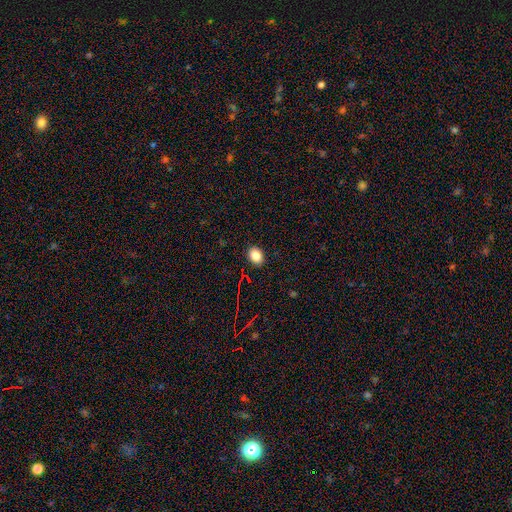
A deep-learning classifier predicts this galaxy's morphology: Smooth or featured? smooth (84%)
How rounded? in between (65%)
Merging? none (89%)